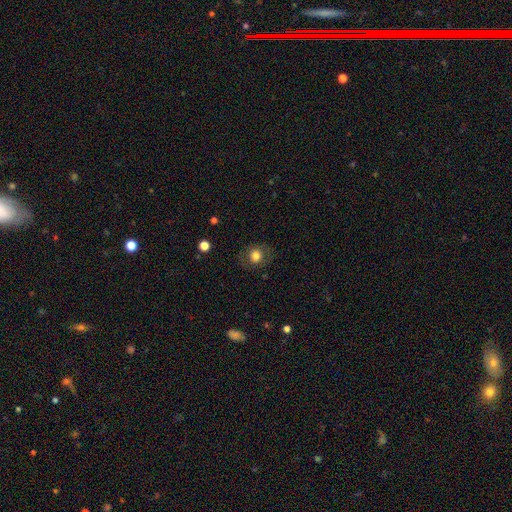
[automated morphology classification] Smooth or featured?
  - smooth: 75% *
  - featured or disk: 15%
  - star or artifact: 10%
How rounded?
  - round: 76% *
  - in between: 23%
  - cigar-shaped: 1%
Merging?
  - none: 81% *
  - minor disturbance: 12%
  - major disturbance: 6%
  - merger: 1%